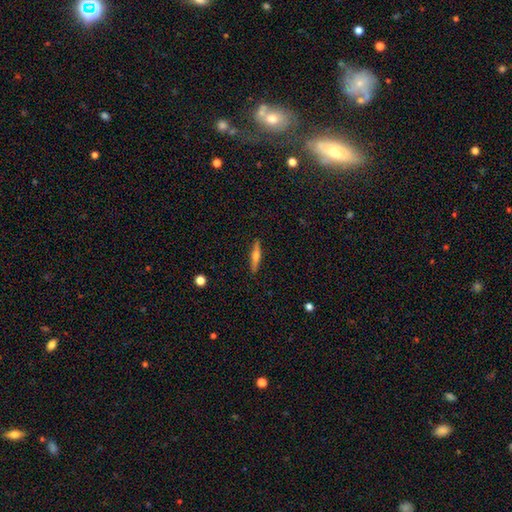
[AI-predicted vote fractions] Overall: featured or disk (58%; smooth 35%). Edge-on disk: yes (97%). Edge-on bulge: rounded (85%). Merging: none (91%).